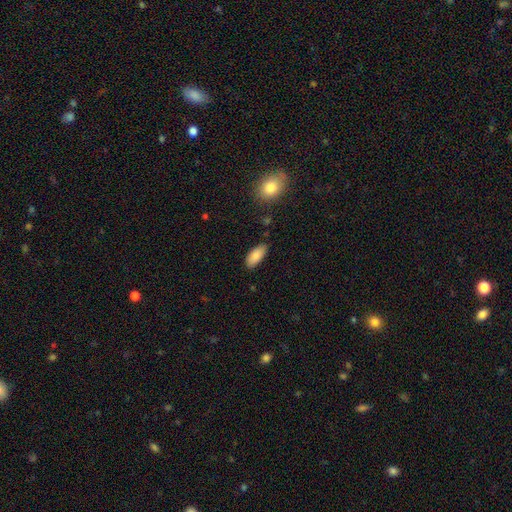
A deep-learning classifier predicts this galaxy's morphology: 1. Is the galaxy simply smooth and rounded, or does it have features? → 85% smooth, 8% featured or disk, 7% star or artifact.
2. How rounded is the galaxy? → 86% in between, 12% cigar-shaped, 2% round.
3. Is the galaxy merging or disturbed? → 82% none, 13% minor disturbance, 2% major disturbance, 2% merger.